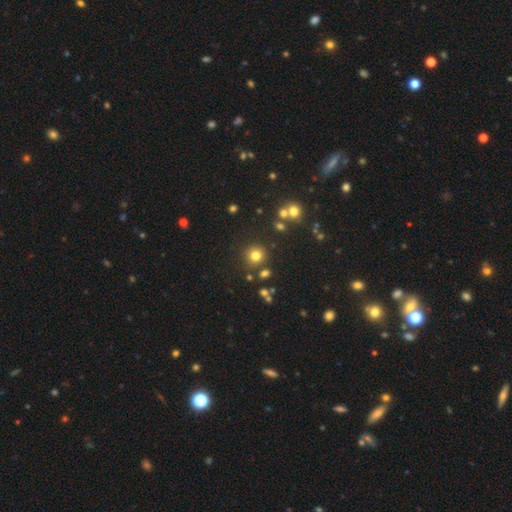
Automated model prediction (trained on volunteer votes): Morphology: type=smooth (77%); roundness=round (92%); merging=none (84%).